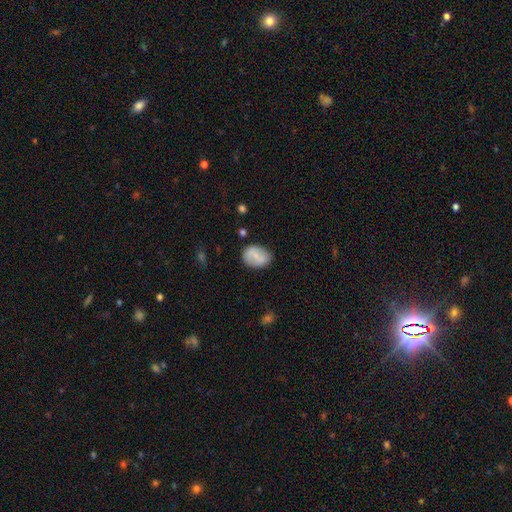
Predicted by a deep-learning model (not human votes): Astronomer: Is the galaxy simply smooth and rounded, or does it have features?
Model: smooth — 67%.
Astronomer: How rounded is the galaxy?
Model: in between — 70%.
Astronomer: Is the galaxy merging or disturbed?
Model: none — 76%.